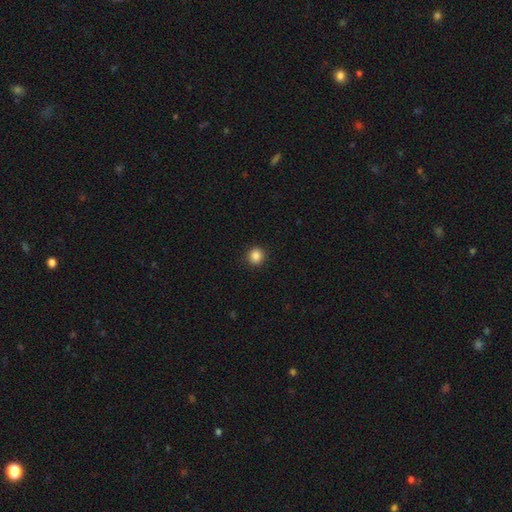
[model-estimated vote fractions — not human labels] smooth_or_featured: smooth (p=0.87) [alt: star or artifact p=0.10]
how_rounded: round (p=0.86) [alt: in between p=0.13]
merging: none (p=0.91) [alt: minor disturbance p=0.06]